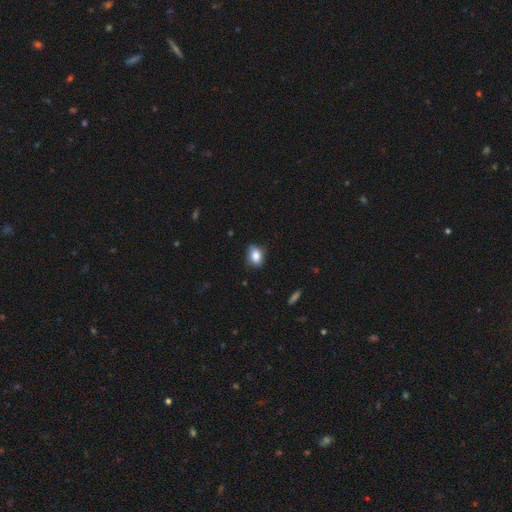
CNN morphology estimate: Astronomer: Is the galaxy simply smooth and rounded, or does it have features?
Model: smooth — 84%.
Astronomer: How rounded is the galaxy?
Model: in between — 72%.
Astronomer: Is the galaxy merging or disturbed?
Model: none — 78%.